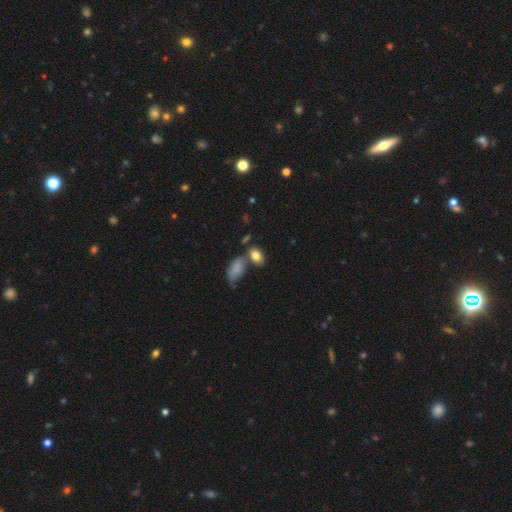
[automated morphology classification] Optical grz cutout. It shows a smooth galaxy with no disk features (81%) that is in between round and cigar-shaped (85%). Merging: none (54%).